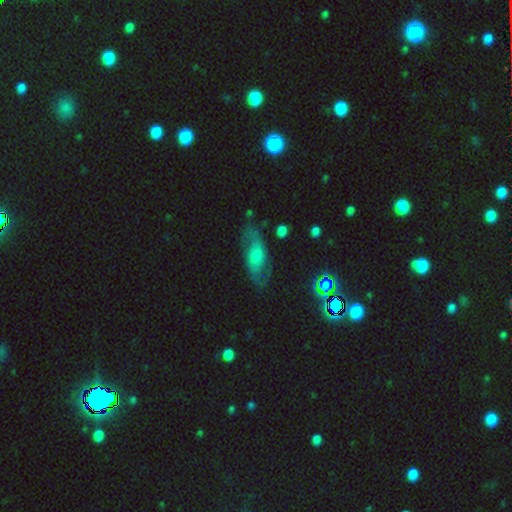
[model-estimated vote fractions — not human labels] Smooth or featured? featured or disk (65%)
Edge-on disk? no (89%)
Bar? no (56%)
Spiral arms? yes (87%)
Bulge size? moderate (43%)
Merging? none (72%)